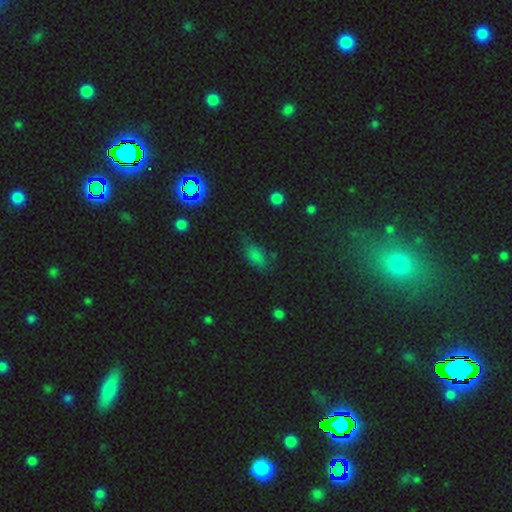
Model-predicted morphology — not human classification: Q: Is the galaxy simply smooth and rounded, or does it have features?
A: smooth — 62%.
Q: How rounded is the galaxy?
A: in between — 80%.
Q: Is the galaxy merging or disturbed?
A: none — 61%.